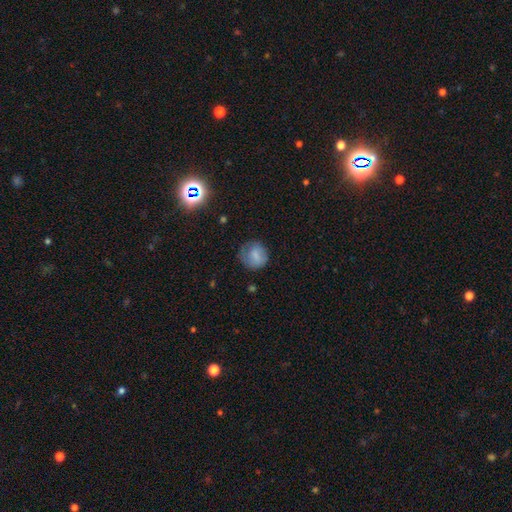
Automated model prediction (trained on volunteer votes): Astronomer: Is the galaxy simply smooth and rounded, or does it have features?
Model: smooth — 72%.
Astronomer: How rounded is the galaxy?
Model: round — 83%.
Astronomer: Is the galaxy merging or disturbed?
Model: none — 61%.